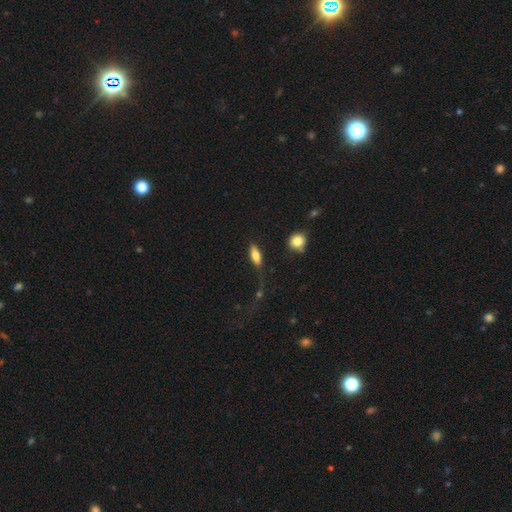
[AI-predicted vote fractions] smooth-or-featured: smooth: 73% | featured or disk: 19% | star or artifact: 8%
  how-rounded: in between: 70% | cigar-shaped: 25% | round: 5%
  merging: none: 63% | minor disturbance: 19% | major disturbance: 13% | merger: 5%